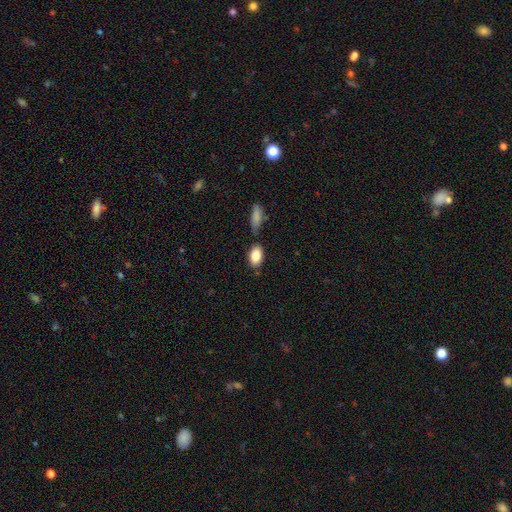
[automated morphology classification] A smooth galaxy with no disk features (84%) that is in between round and cigar-shaped (90%). Merging: none (72%).